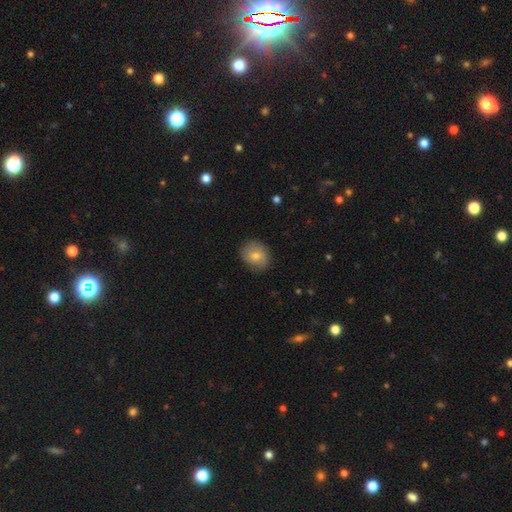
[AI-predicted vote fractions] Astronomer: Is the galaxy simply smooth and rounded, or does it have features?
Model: smooth — 67%.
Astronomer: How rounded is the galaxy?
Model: round — 65%.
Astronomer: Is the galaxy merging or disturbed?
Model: none — 84%.